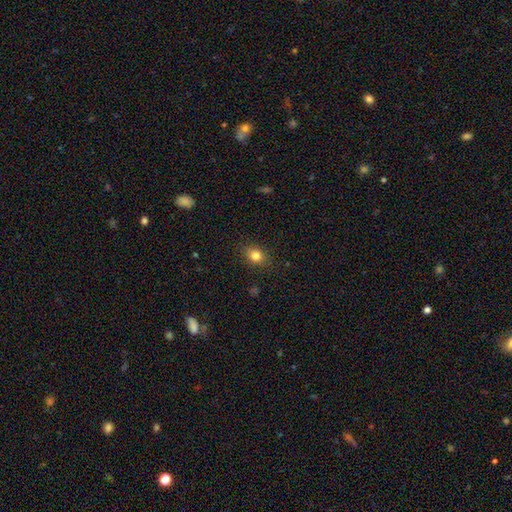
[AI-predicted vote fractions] smooth 82%, star or artifact 11%, featured or disk 7%. Down the decision tree: how rounded — in between (55%); merging — none (86%).